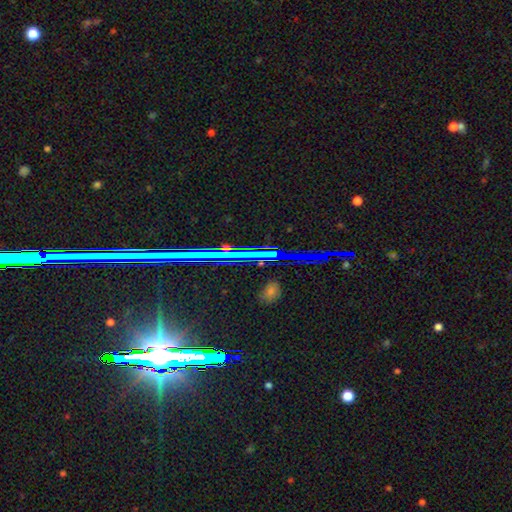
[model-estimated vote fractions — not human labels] Smooth or featured? star or artifact (79%)